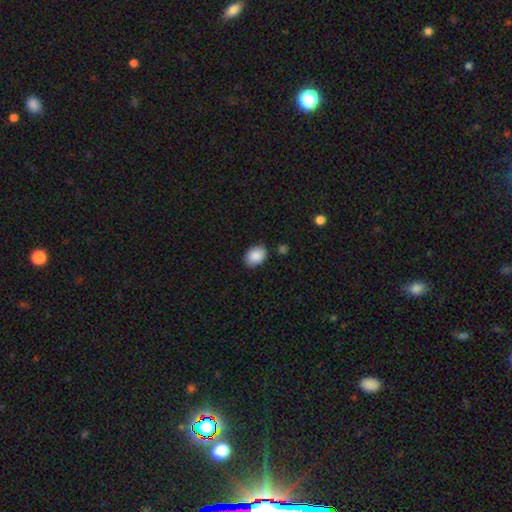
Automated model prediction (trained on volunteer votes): A smooth galaxy with no disk features (89%) that is in between round and cigar-shaped (77%).

Vote fractions:
- Smooth or featured? smooth: 89% / star or artifact: 7% / featured or disk: 4%
- How rounded? in between: 77% / round: 22% / cigar-shaped: 1%
- Merging? none: 82% / minor disturbance: 13% / major disturbance: 3% / merger: 2%